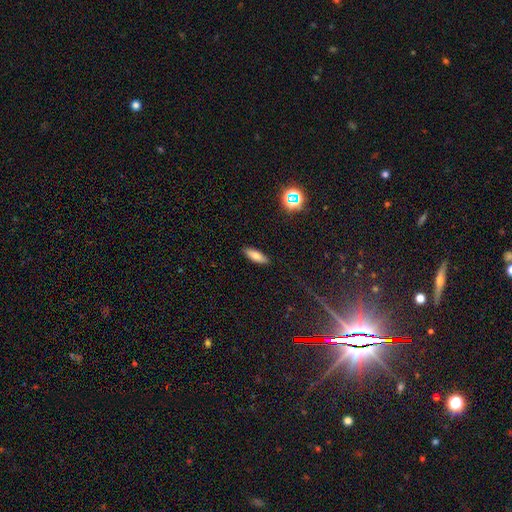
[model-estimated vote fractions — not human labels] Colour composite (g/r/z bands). It shows a smooth galaxy with no disk features (77%) that is in between round and cigar-shaped (56%). Merging: none (89%).